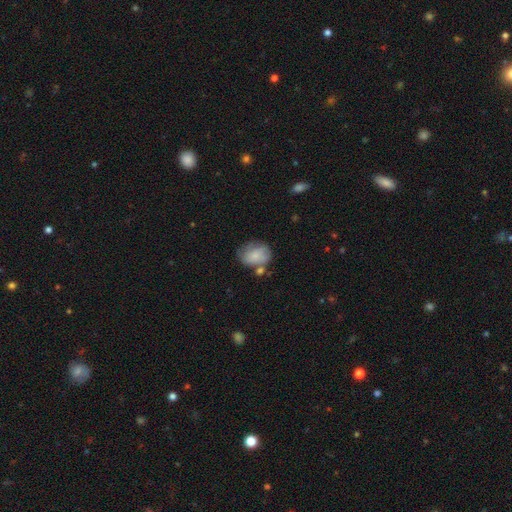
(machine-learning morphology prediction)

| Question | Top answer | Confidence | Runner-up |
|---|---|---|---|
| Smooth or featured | smooth | 74% | featured or disk (19%) |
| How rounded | in between | 57% | round (42%) |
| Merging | none | 48% | minor disturbance (26%) |